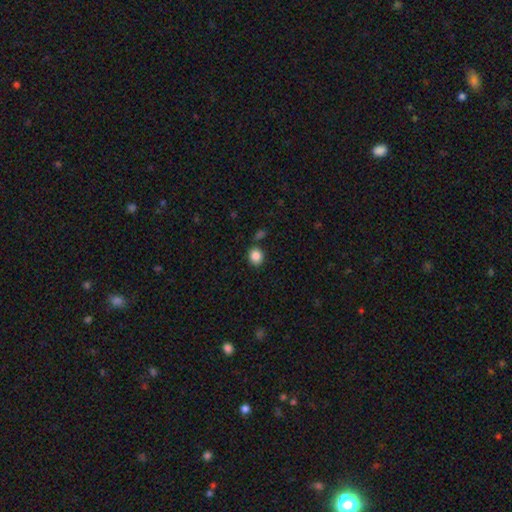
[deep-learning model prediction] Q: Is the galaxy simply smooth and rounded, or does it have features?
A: smooth — 85%.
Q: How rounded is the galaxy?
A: round — 71%.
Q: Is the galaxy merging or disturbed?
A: none — 79%.